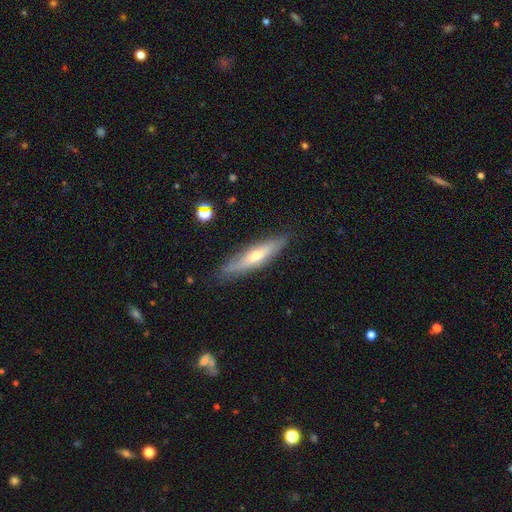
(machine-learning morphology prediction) smooth-or-featured: featured or disk: 49% | smooth: 44% | star or artifact: 7%
  merging: none: 82% | minor disturbance: 13% | major disturbance: 3% | merger: 1%